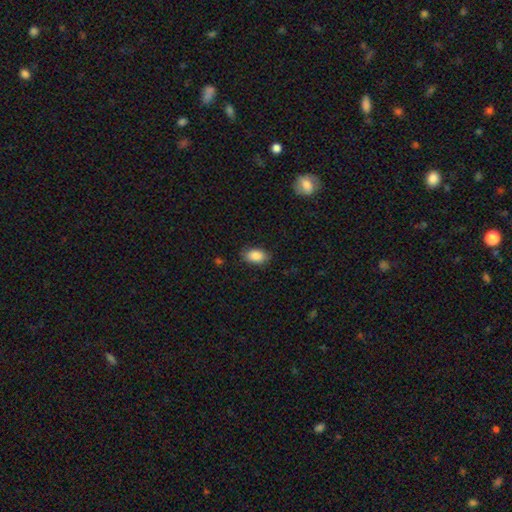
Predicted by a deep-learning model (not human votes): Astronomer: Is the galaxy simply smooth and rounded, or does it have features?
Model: smooth — 88%.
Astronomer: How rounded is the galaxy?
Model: in between — 91%.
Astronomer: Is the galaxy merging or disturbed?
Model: none — 83%.